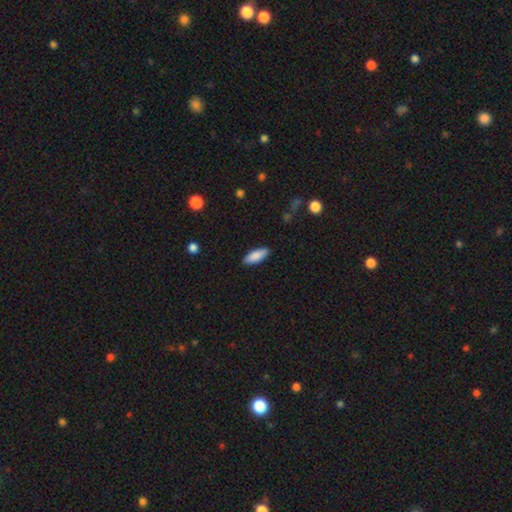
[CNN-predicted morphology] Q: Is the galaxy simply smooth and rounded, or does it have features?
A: smooth — 86%.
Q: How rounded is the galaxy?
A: in between — 68%.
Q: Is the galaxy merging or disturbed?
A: none — 88%.